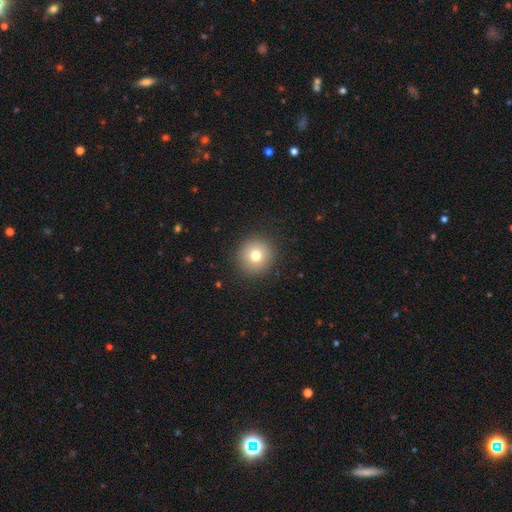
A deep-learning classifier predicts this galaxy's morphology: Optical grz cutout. It shows a smooth galaxy with no disk features (76%) that is round (94%). Merging: none (91%).